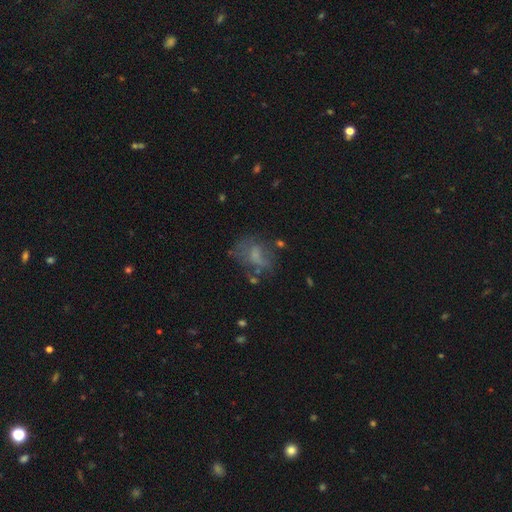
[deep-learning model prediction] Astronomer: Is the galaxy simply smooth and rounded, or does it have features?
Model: smooth — 47% (runner-up: featured or disk, 37%).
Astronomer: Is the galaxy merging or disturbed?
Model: none — 42% (runner-up: major disturbance, 28%).